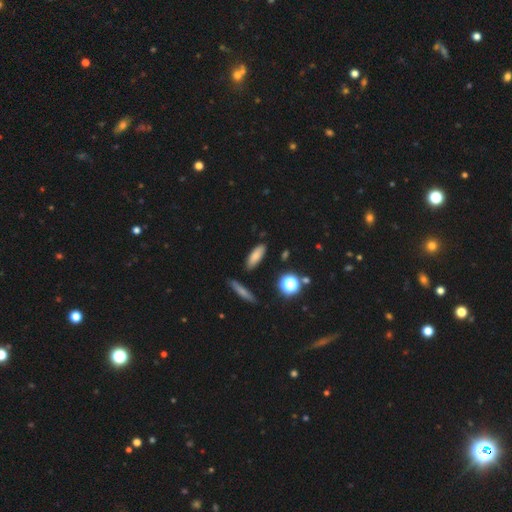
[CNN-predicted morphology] The model was most divided on "how rounded": in between: 64%, cigar-shaped: 31%, round: 5%. More confident: merging — none (84%); smooth or featured — smooth (79%).